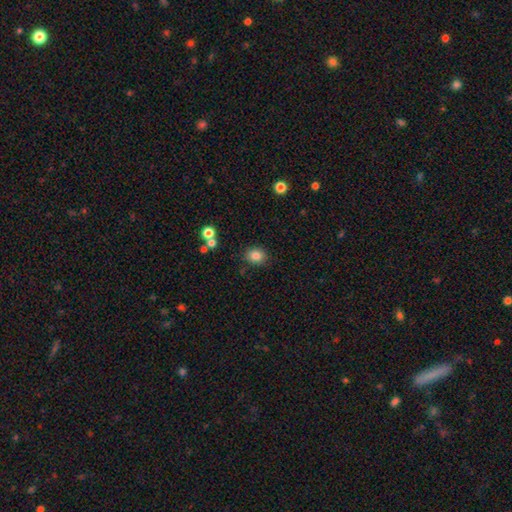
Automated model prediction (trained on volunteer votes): Overall: smooth (83%). How rounded: round (59%; in between 41%). Merging: none (84%).